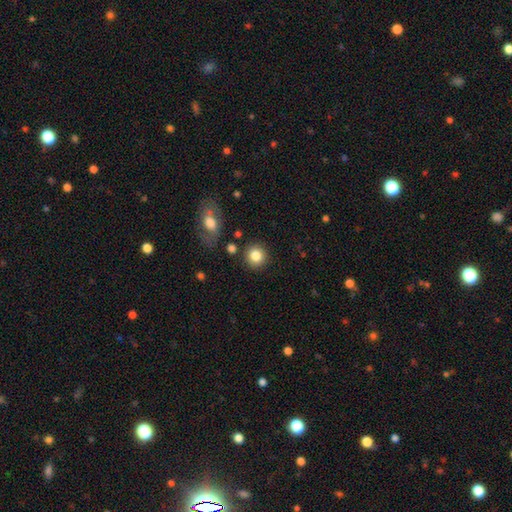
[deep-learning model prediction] A smooth galaxy with no disk features (84%) that is round (90%).

Vote fractions:
- Smooth or featured? smooth: 84% / star or artifact: 10% / featured or disk: 7%
- How rounded? round: 90% / in between: 9% / cigar-shaped: 1%
- Merging? none: 87% / minor disturbance: 7% / merger: 4% / major disturbance: 3%